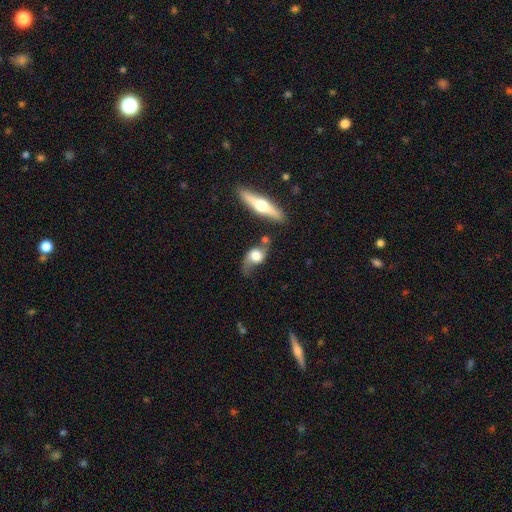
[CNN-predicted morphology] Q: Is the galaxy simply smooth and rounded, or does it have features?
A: featured or disk — 59%.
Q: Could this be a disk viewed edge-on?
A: no — 68%.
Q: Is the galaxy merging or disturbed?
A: none — 43%.